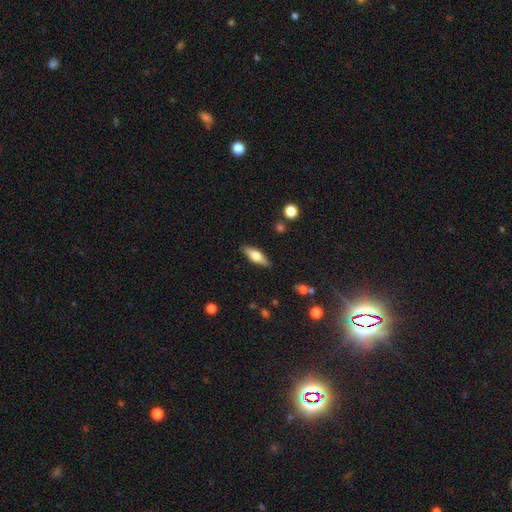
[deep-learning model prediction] Overall: smooth (57%; featured or disk 37%). How rounded: in between (56%; cigar-shaped 41%). Merging: none (87%).